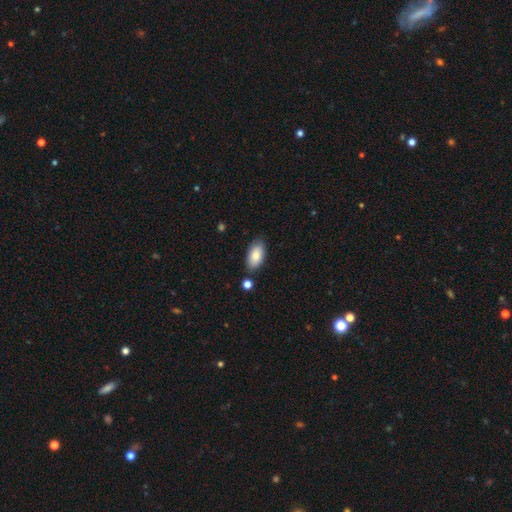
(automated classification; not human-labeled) smooth-or-featured: smooth: 84% | featured or disk: 9% | star or artifact: 7%
  how-rounded: in between: 93% | cigar-shaped: 4% | round: 3%
  merging: none: 81% | minor disturbance: 12% | merger: 4% | major disturbance: 3%